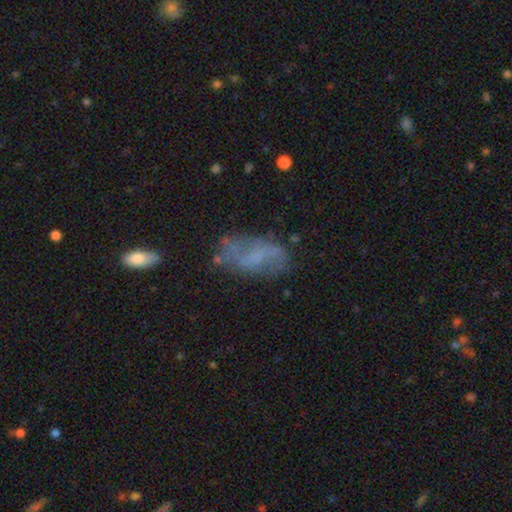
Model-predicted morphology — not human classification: A featured or disk galaxy (54%) with no bar (45%), spiral arms (62%) and no central bulge (61%). Merging: none (58%).